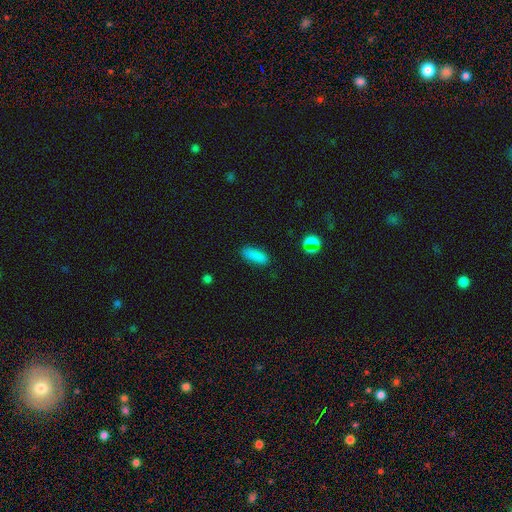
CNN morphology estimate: Overall: smooth (86%). How rounded: in between (70%). Merging: none (84%).